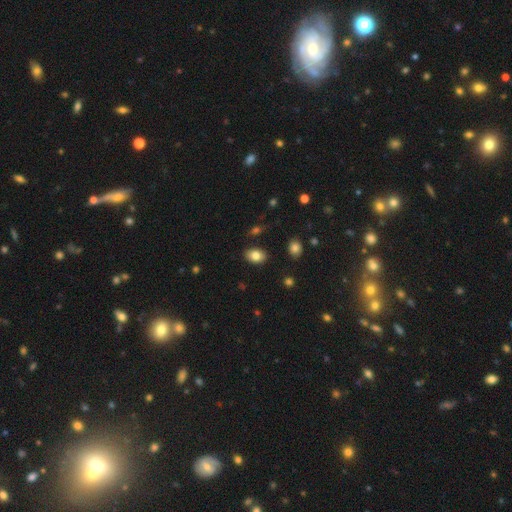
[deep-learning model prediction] Smooth or featured?
  - smooth: 82% *
  - featured or disk: 9%
  - star or artifact: 9%
How rounded?
  - in between: 83% *
  - round: 16%
  - cigar-shaped: 1%
Merging?
  - none: 86% *
  - minor disturbance: 10%
  - major disturbance: 2%
  - merger: 2%